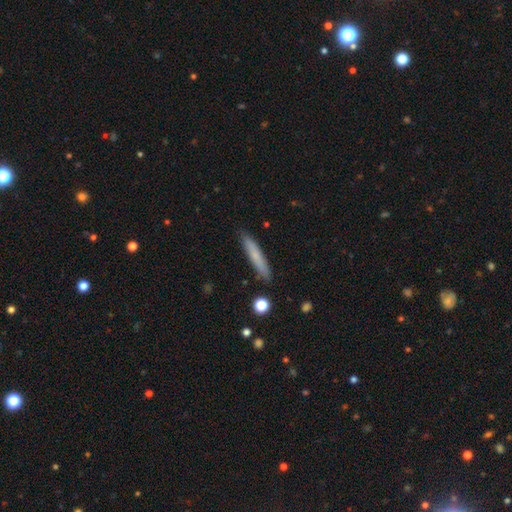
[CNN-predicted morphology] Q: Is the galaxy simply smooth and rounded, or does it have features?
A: smooth — 71%.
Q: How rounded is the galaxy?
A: cigar-shaped — 93%.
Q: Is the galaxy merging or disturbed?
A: none — 88%.